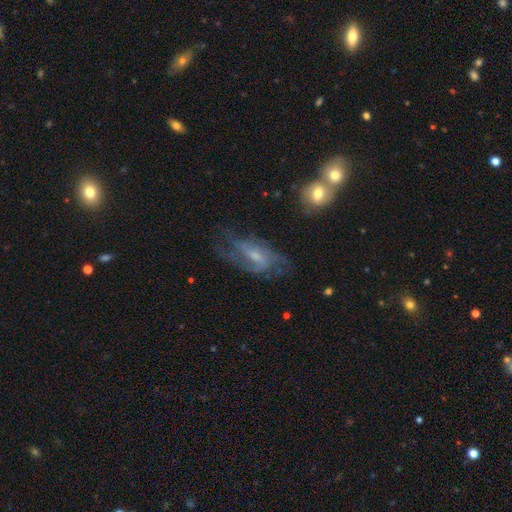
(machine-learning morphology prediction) smooth-or-featured: featured or disk: 78% | smooth: 14% | star or artifact: 7%
  disk-edge-on: no: 93% | yes: 7%
    bar: weak: 51% | no: 33% | strong: 16%
    has-spiral-arms: yes: 90% | no: 10%
      spiral-winding: medium: 47% | tight: 27% | loose: 26%
      spiral-arm-count: 2: 40% | can't tell: 28% | 3: 18% | 4: 6% | 1: 5% | more than 4: 4%
    bulge-size: small: 52% | moderate: 36% | none: 8% | large: 3% | dominant: 1%
  merging: none: 59% | minor disturbance: 21% | major disturbance: 17% | merger: 3%